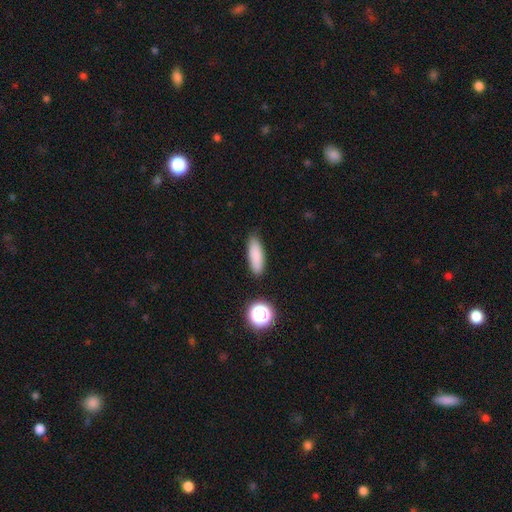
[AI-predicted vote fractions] The model was most divided on "how rounded": in between: 56%, cigar-shaped: 41%, round: 3%. More confident: smooth or featured — smooth (85%); merging — none (84%).